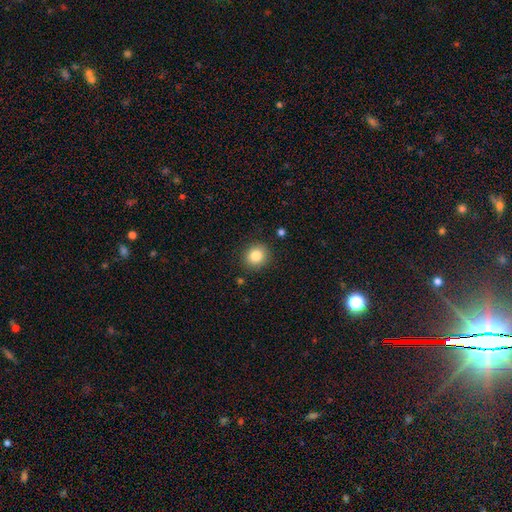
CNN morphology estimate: smooth 84%, star or artifact 10%, featured or disk 6%. Down the decision tree: how rounded — round (79%); merging — none (88%).